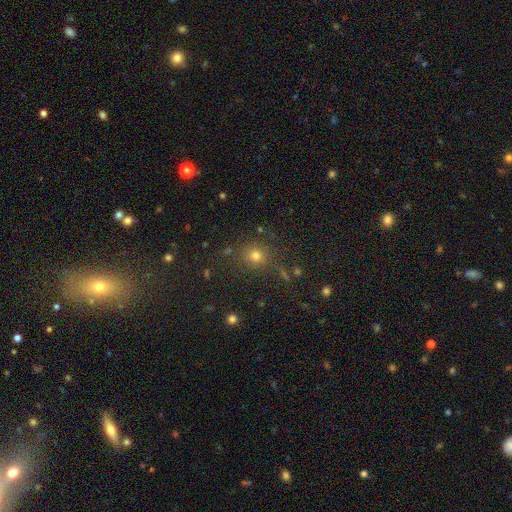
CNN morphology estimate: A smooth galaxy with no disk features (69%) that is round (87%).

Vote fractions:
- Smooth or featured? smooth: 69% / star or artifact: 23% / featured or disk: 8%
- How rounded? round: 87% / in between: 12% / cigar-shaped: 1%
- Merging? none: 82% / minor disturbance: 10% / merger: 4% / major disturbance: 4%